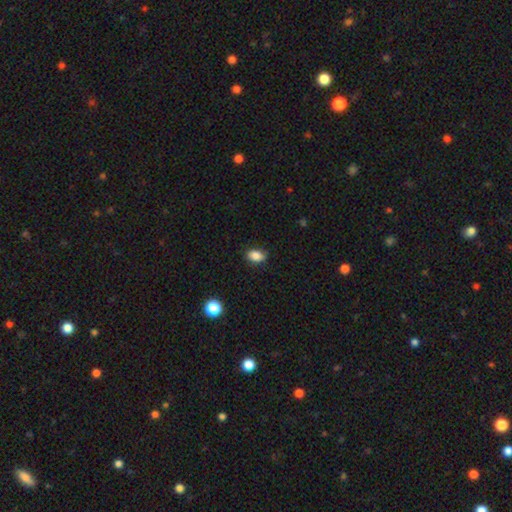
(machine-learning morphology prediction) smooth_or_featured: smooth (p=0.86) [alt: star or artifact p=0.09]
how_rounded: in between (p=0.83) [alt: round p=0.15]
merging: none (p=0.82) [alt: minor disturbance p=0.14]